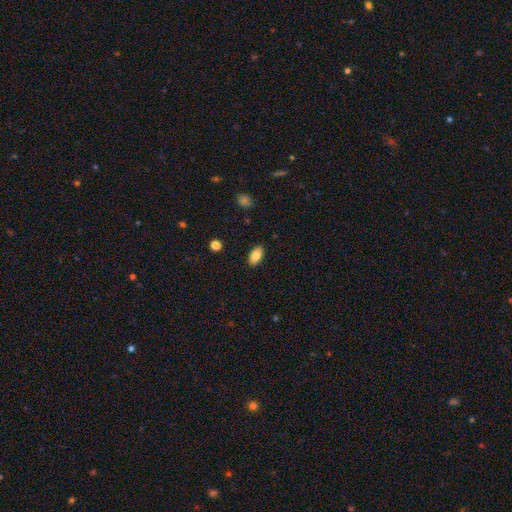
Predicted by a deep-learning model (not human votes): Overall: smooth (81%). How rounded: in between (91%). Merging: none (88%).